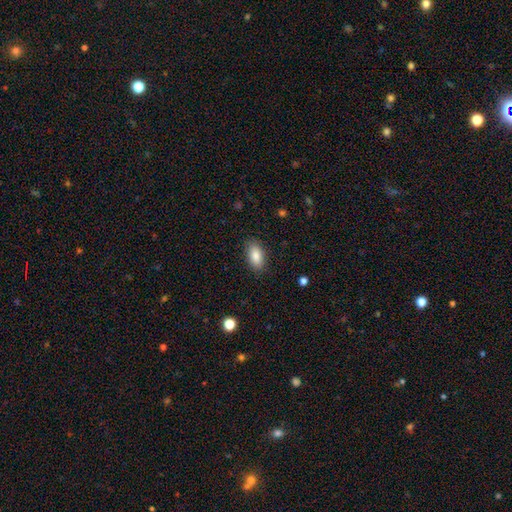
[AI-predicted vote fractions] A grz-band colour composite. It shows a smooth galaxy with no disk features (87%) that is in between round and cigar-shaped (91%). Merging: none (87%).